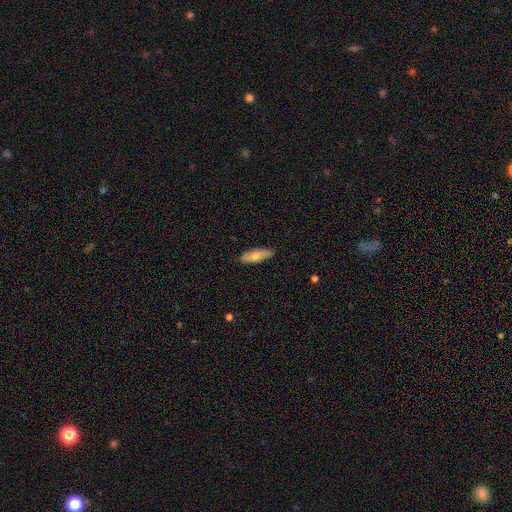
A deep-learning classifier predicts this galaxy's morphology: Q: Smooth or featured?
A: smooth (67%); runner-up: featured or disk (27%)
Q: How rounded?
A: in between (59%); runner-up: cigar-shaped (39%)
Q: Merging?
A: none (86%); runner-up: minor disturbance (11%)